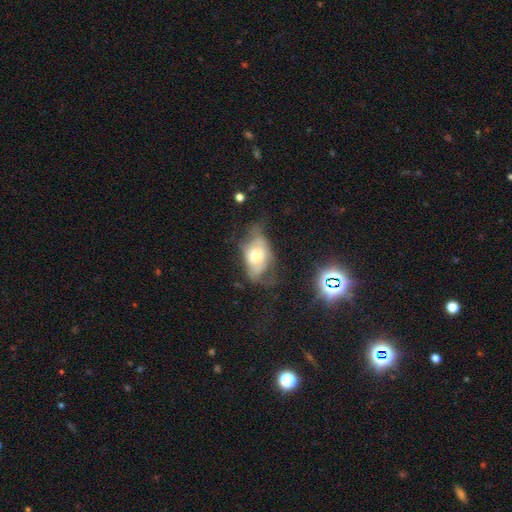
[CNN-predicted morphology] smooth 48%, featured or disk 42%, star or artifact 10%. Down the decision tree: merging — major disturbance (35%).